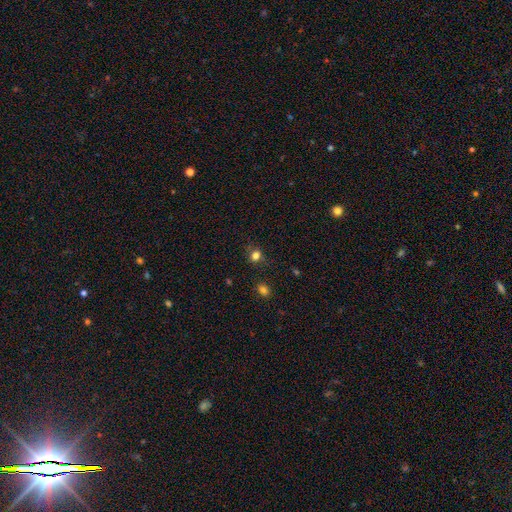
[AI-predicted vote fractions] Smooth or featured? smooth (77%)
How rounded? round (72%)
Merging? none (78%)